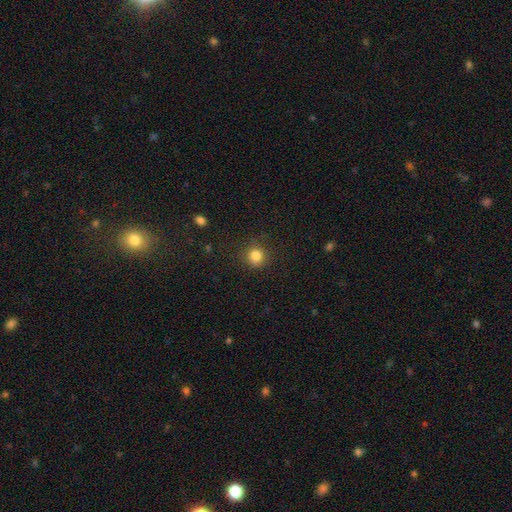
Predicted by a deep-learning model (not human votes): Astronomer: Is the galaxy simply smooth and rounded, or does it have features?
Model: smooth — 84%.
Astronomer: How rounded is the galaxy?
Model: round — 91%.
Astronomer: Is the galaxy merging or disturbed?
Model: none — 85%.